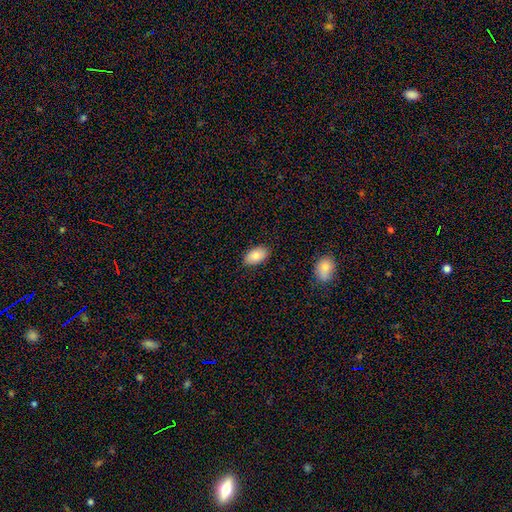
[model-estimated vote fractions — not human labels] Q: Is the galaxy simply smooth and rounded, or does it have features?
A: smooth — 85%.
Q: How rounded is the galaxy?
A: in between — 94%.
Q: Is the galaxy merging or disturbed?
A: none — 86%.